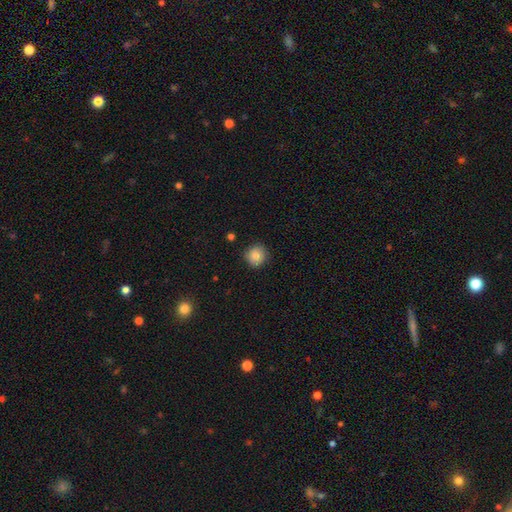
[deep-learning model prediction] Smooth or featured: smooth — 86% (star or artifact — 9%)
How rounded: round — 91% (in between — 8%)
Merging: none — 86% (minor disturbance — 10%)